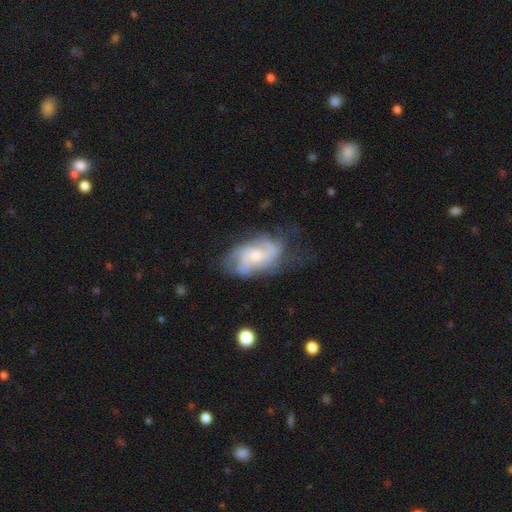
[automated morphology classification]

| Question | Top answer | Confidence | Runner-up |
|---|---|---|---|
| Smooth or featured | featured or disk | 70% | smooth (23%) |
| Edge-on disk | no | 95% | yes (5%) |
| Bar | no | 69% | weak (27%) |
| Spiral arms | yes | 83% | no (17%) |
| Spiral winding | medium | 43% | tight (34%) |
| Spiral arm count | can't tell | 38% | 2 (31%) |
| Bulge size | moderate | 48% | small (43%) |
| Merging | none | 52% | minor disturbance (26%) |